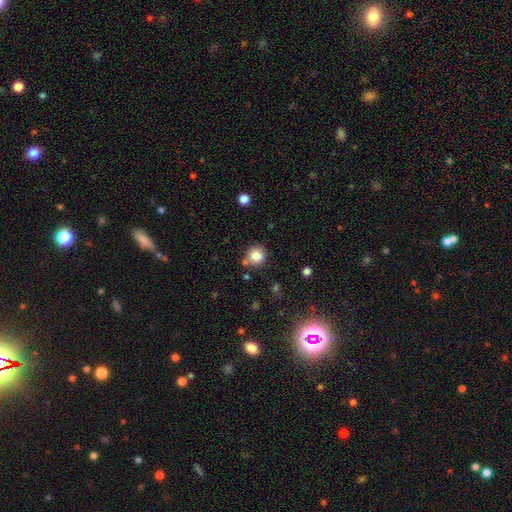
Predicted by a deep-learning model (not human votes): Q: Smooth or featured?
A: smooth (84%); runner-up: star or artifact (11%)
Q: How rounded?
A: round (90%); runner-up: in between (9%)
Q: Merging?
A: none (77%); runner-up: minor disturbance (11%)